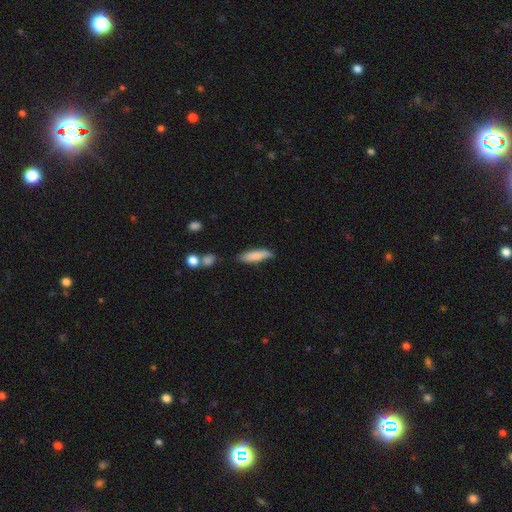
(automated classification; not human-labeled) Smooth or featured? smooth (82%)
How rounded? cigar-shaped (69%)
Merging? none (76%)